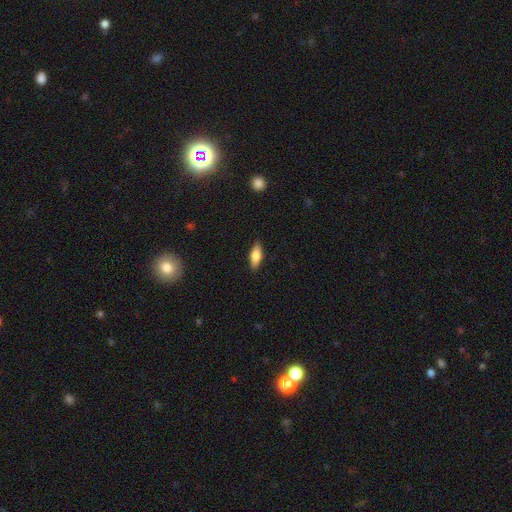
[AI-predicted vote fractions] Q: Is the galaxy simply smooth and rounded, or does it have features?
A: smooth — 67%.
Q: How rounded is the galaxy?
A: in between — 68%.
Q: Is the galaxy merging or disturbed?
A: none — 88%.